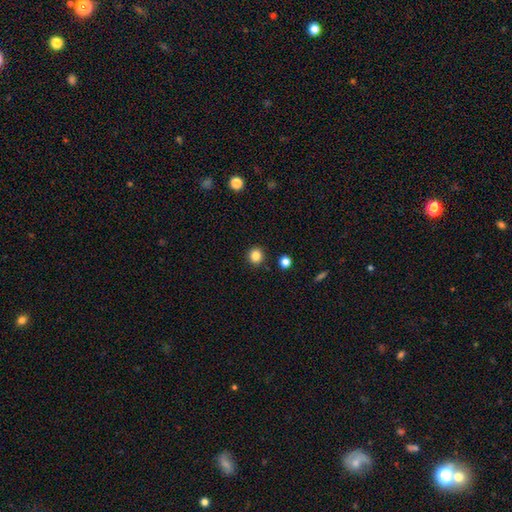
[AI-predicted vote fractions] This is clearly a smooth galaxy (84%). How rounded: clearly round (93%). Merging: clearly none (91%).